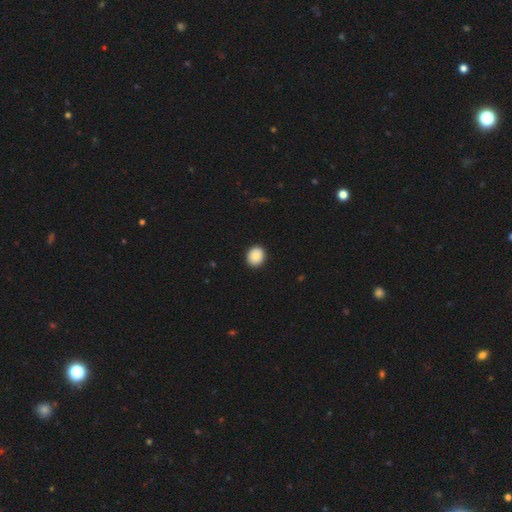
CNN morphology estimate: smooth_or_featured: smooth (p=0.88) [alt: star or artifact p=0.08]
how_rounded: round (p=0.73) [alt: in between p=0.26]
merging: none (p=0.91) [alt: minor disturbance p=0.06]